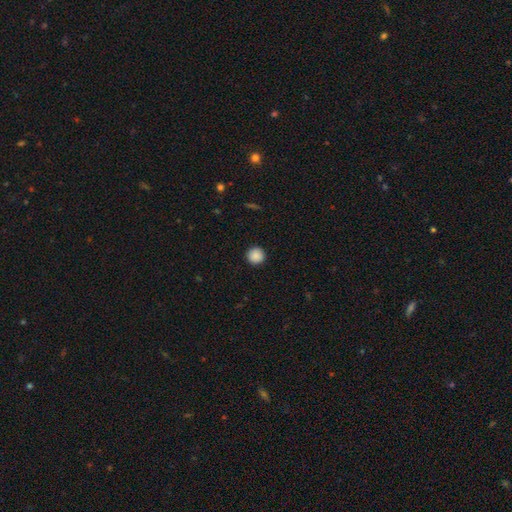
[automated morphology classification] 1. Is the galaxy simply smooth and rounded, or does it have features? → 88% smooth, 9% star or artifact, 3% featured or disk.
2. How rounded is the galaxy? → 95% round, 4% in between, 1% cigar-shaped.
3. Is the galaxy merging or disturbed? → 93% none, 5% minor disturbance, 2% major disturbance, 1% merger.